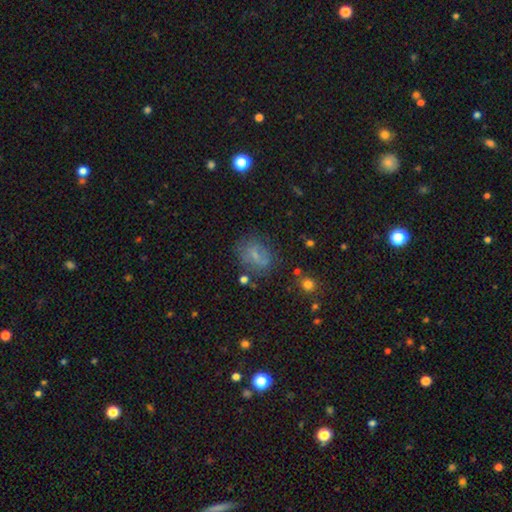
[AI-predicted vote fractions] smooth-or-featured: smooth: 55% | featured or disk: 27% | star or artifact: 18%
  how-rounded: in between: 58% | round: 40% | cigar-shaped: 2%
  merging: none: 66% | minor disturbance: 20% | major disturbance: 10% | merger: 4%